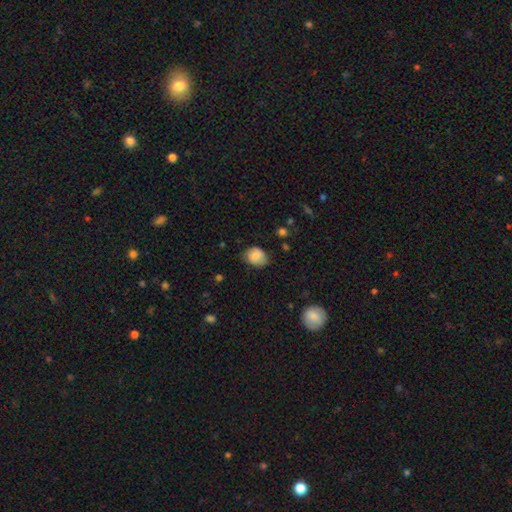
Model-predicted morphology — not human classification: smooth 80%, featured or disk 12%, star or artifact 8%. Down the decision tree: how rounded — in between (51%); merging — none (65%).